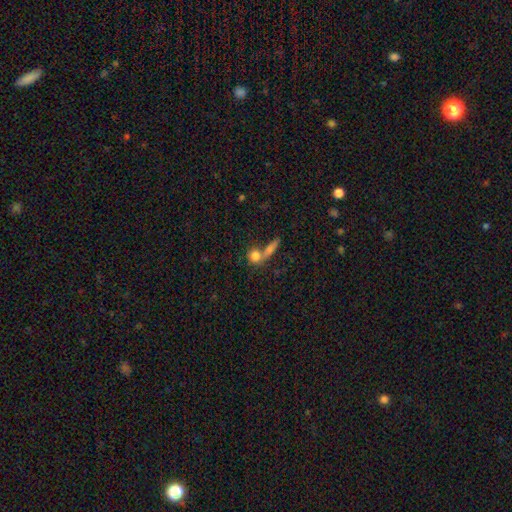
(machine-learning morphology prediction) Smooth or featured: smooth — 77% (featured or disk — 13%)
How rounded: round — 66% (in between — 25%)
Merging: merger — 47% (none — 38%)